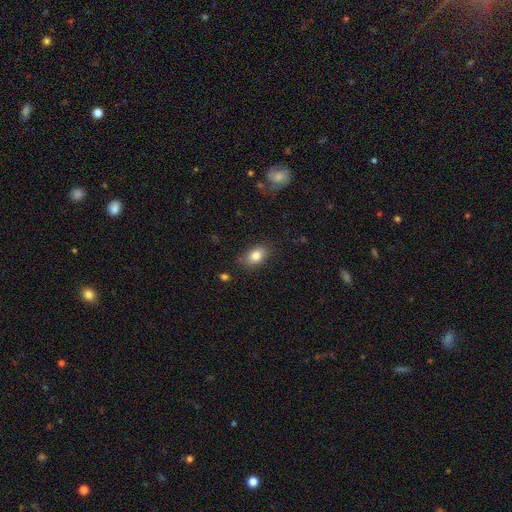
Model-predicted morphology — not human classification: A smooth galaxy with no disk features (82%) that is in between round and cigar-shaped (86%). Merging: none (83%).